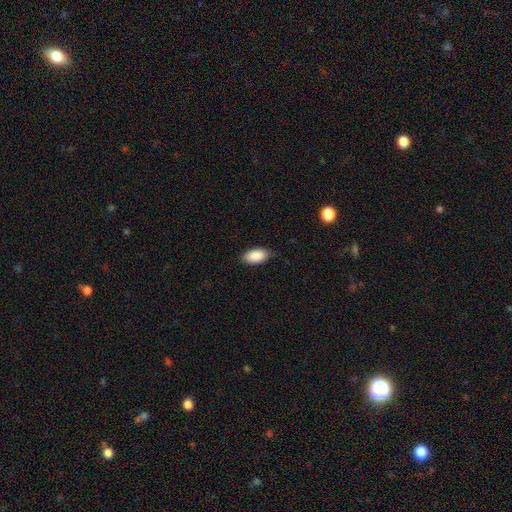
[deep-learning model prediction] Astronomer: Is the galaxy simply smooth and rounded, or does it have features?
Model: smooth — 90%.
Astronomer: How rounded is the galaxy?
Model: in between — 94%.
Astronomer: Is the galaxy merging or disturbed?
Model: none — 80%.